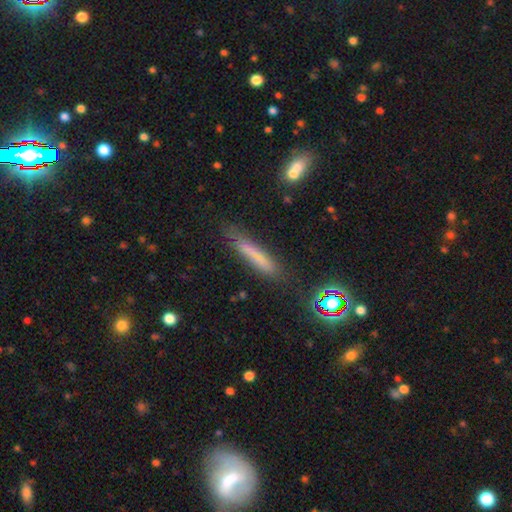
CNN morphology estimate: smooth 65%, featured or disk 21%, star or artifact 15%. Down the decision tree: how rounded — cigar-shaped (90%); merging — none (72%).